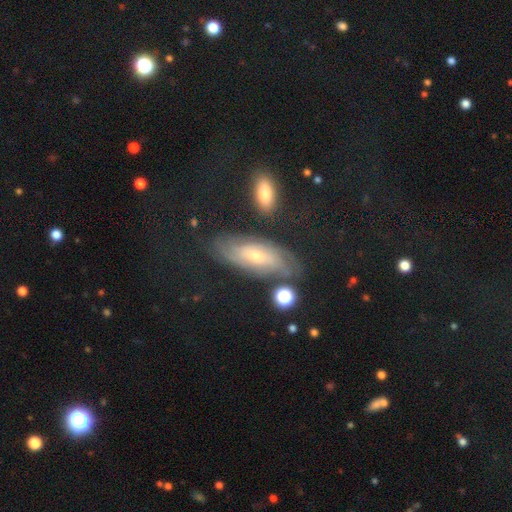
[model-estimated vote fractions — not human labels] This appears to be a featured or disk galaxy (67%) with no bar (58%), tight (61%) spiral arms (89%) and a small central bulge (65%). Merging: none (70%).